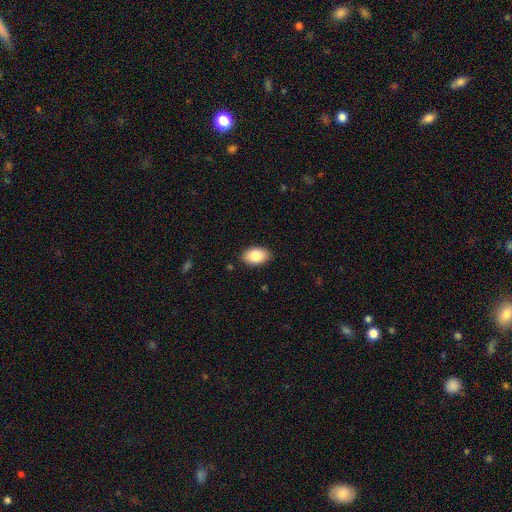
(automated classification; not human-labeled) Smooth or featured? smooth (84%)
How rounded? in between (90%)
Merging? none (87%)